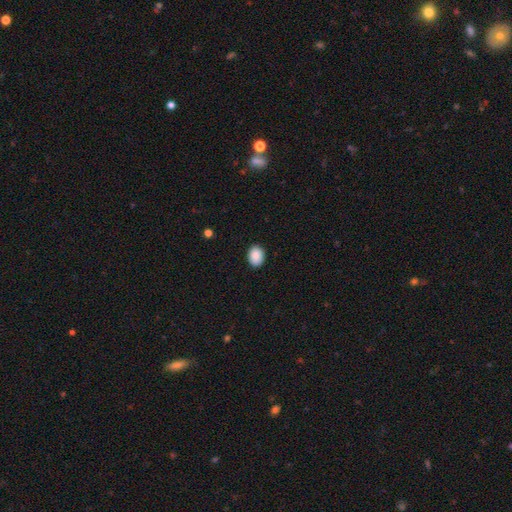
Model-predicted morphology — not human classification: Q: Smooth or featured?
A: smooth (88%); runner-up: star or artifact (8%)
Q: How rounded?
A: in between (65%); runner-up: round (34%)
Q: Merging?
A: none (90%); runner-up: minor disturbance (7%)